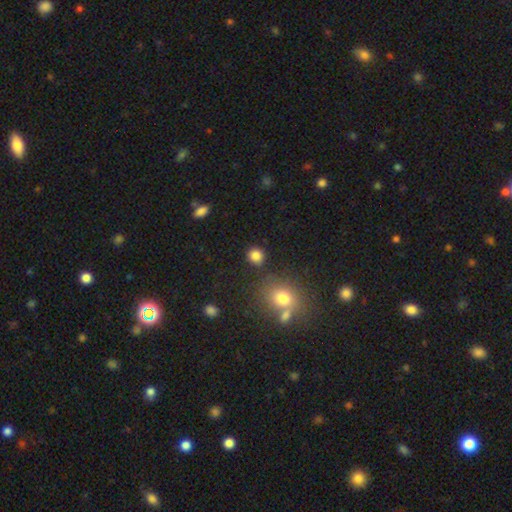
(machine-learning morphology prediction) Smooth or featured? smooth (84%)
How rounded? round (81%)
Merging? none (83%)